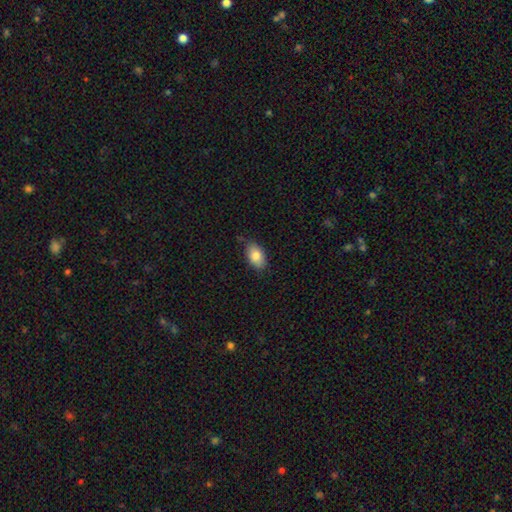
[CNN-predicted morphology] smooth-or-featured: smooth: 85% | featured or disk: 8% | star or artifact: 7%
  how-rounded: in between: 91% | round: 7% | cigar-shaped: 2%
  merging: none: 76% | minor disturbance: 19% | major disturbance: 3% | merger: 2%